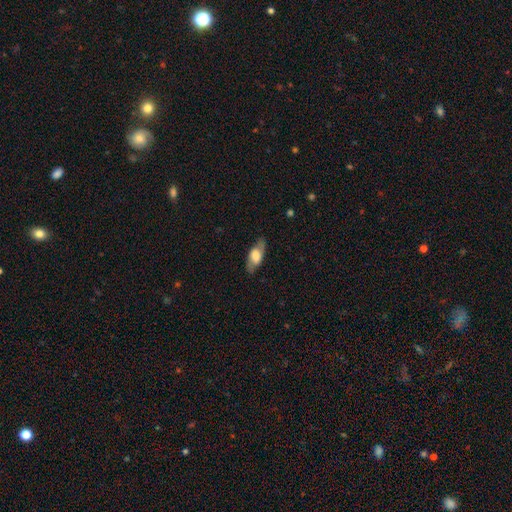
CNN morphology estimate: Q: Smooth or featured?
A: smooth (51%); runner-up: featured or disk (42%)
Q: How rounded?
A: in between (75%); runner-up: cigar-shaped (21%)
Q: Merging?
A: none (80%); runner-up: minor disturbance (14%)